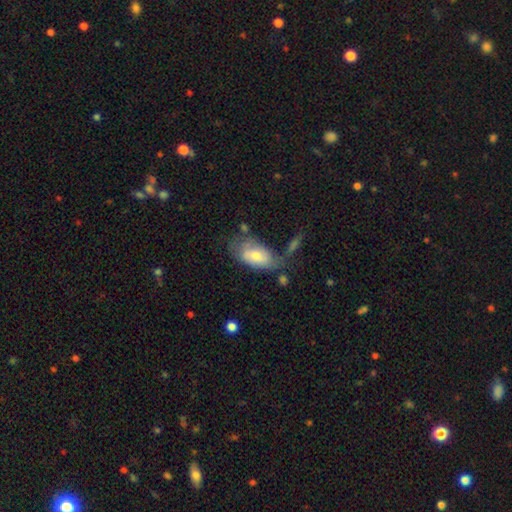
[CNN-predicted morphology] smooth 65%, featured or disk 28%, star or artifact 7%. Down the decision tree: how rounded — in between (93%); merging — none (38%).